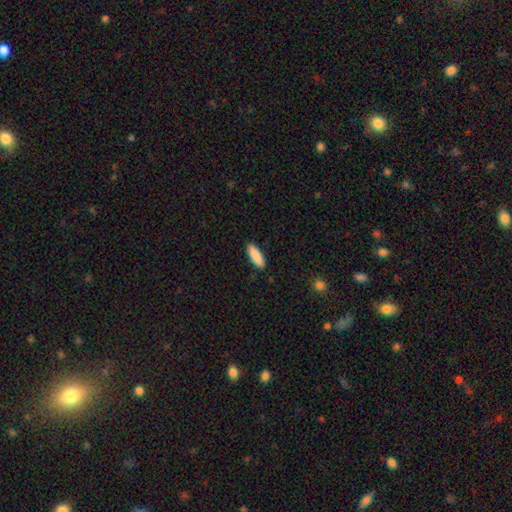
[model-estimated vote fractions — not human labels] A smooth galaxy with no disk features (89%) that is cigar-shaped (49%, tied with in between). Merging: none (90%).